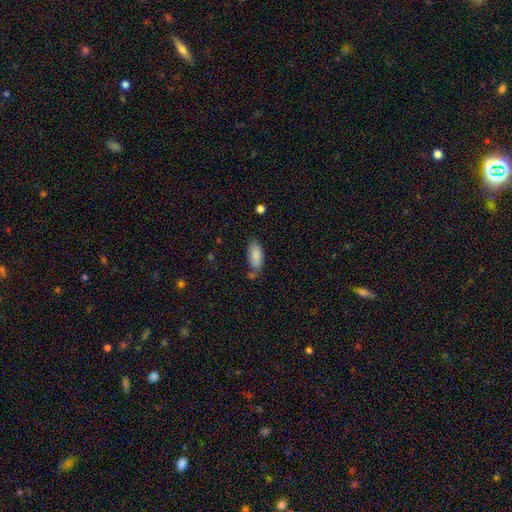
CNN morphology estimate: Smooth or featured?
  - smooth: 86% *
  - featured or disk: 7%
  - star or artifact: 7%
How rounded?
  - in between: 85% *
  - cigar-shaped: 13%
  - round: 2%
Merging?
  - none: 64% *
  - minor disturbance: 23%
  - merger: 8%
  - major disturbance: 5%